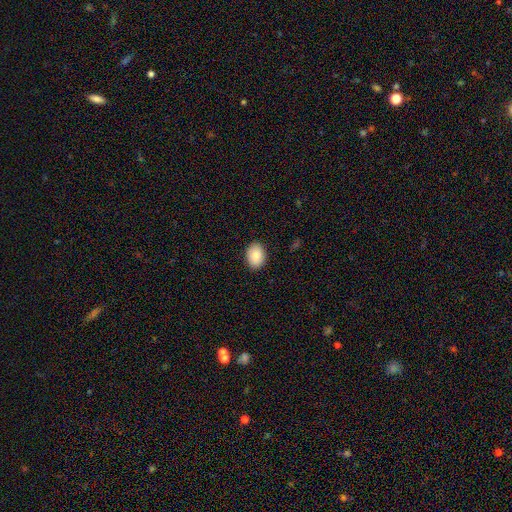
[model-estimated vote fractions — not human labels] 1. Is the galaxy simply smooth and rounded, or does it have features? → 89% smooth, 7% star or artifact, 4% featured or disk.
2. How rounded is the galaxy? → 77% in between, 22% round, 1% cigar-shaped.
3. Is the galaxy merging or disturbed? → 89% none, 8% minor disturbance, 2% major disturbance, 1% merger.